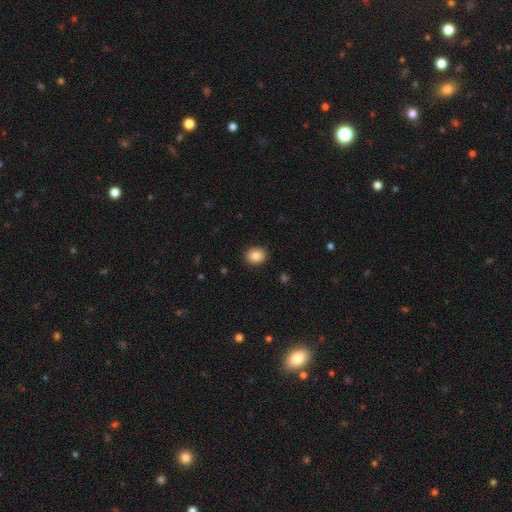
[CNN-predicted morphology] The model was most divided on "how rounded": round: 58%, in between: 41%, cigar-shaped: 1%. More confident: merging — none (90%); smooth or featured — smooth (85%).